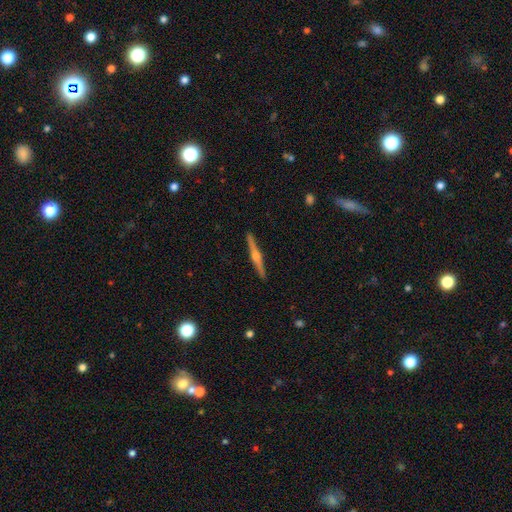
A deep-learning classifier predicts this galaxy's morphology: Overall: featured or disk (81%). Edge-on disk: yes (98%). Edge-on bulge: rounded (90%). Merging: none (92%).